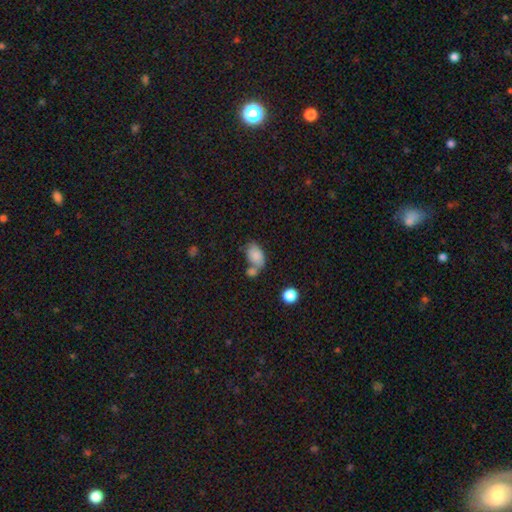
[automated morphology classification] Smooth or featured? smooth (83%)
How rounded? in between (89%)
Merging? none (40%)